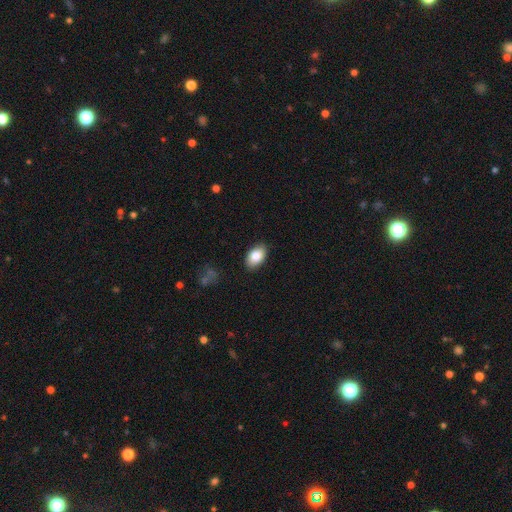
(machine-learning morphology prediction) The model was most divided on "smooth or featured": smooth: 84%, featured or disk: 9%, star or artifact: 7%. More confident: how rounded — in between (90%); merging — none (87%).